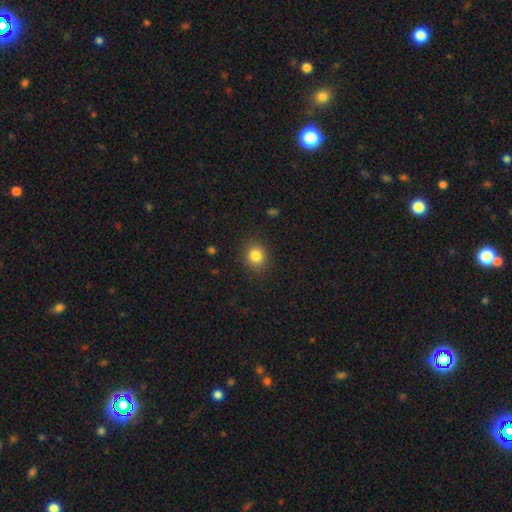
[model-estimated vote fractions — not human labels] This is clearly a smooth galaxy (84%). How rounded: clearly round (82%). Merging: clearly none (89%).